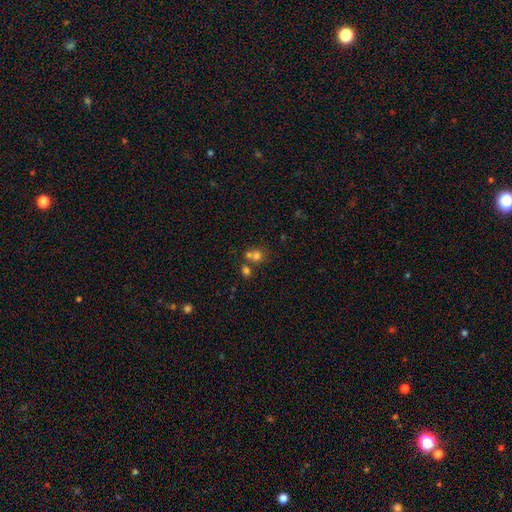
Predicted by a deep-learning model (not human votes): This appears to be a smooth galaxy with no disk features (71%) that is round (78%). Merging: merger (46%).